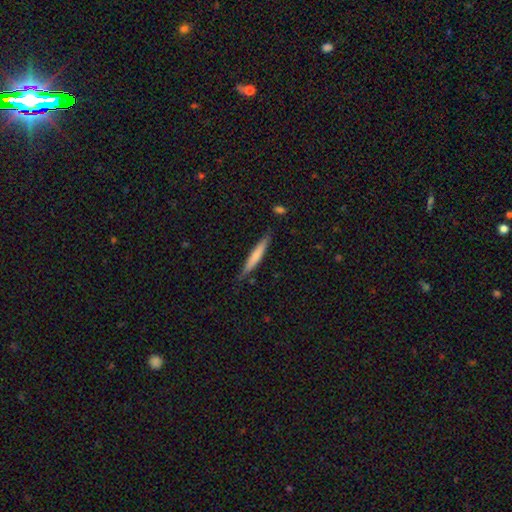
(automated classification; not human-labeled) smooth_or_featured: smooth (p=0.62) [alt: featured or disk p=0.32]
how_rounded: cigar-shaped (p=0.94) [alt: in between p=0.04]
merging: none (p=0.82) [alt: minor disturbance p=0.14]